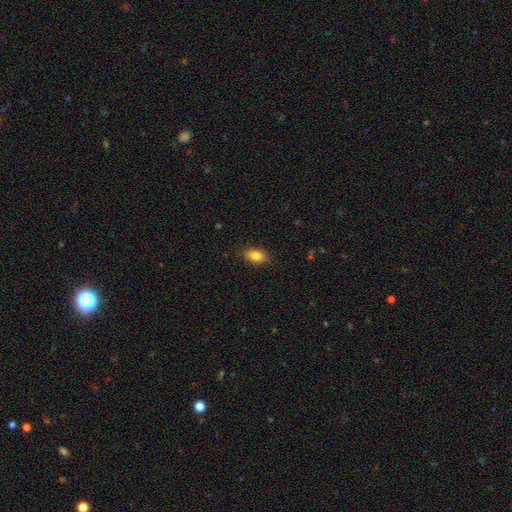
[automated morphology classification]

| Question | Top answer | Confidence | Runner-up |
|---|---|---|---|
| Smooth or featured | smooth | 83% | featured or disk (9%) |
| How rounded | in between | 88% | round (8%) |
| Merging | none | 87% | minor disturbance (10%) |